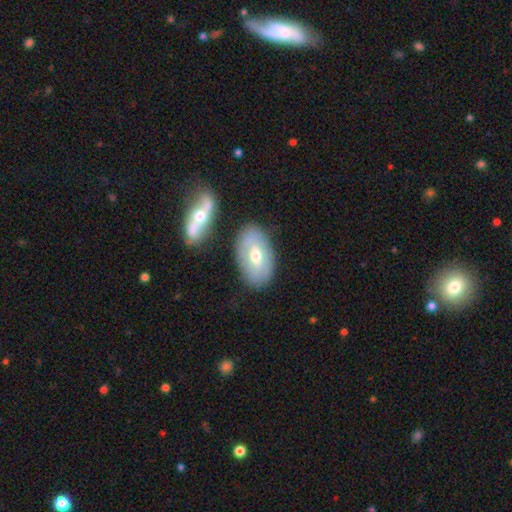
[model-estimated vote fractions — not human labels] Q: Smooth or featured?
A: featured or disk (53%); runner-up: smooth (41%)
Q: Edge-on disk?
A: no (87%); runner-up: yes (13%)
Q: Merging?
A: none (75%); runner-up: minor disturbance (14%)